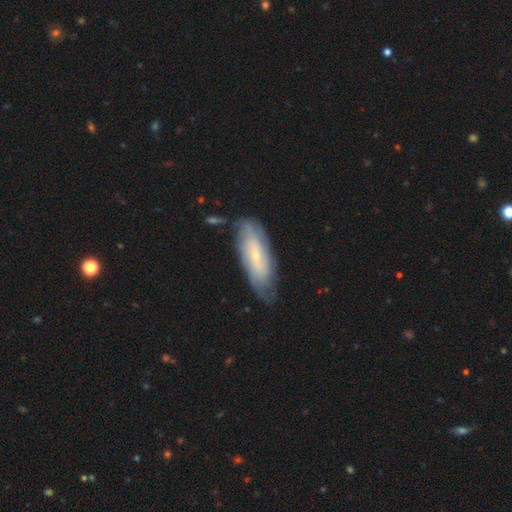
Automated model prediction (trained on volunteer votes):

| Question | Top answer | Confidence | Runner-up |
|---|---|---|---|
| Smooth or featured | featured or disk | 52% | smooth (42%) |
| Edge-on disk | no | 78% | yes (22%) |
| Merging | none | 68% | minor disturbance (22%) |